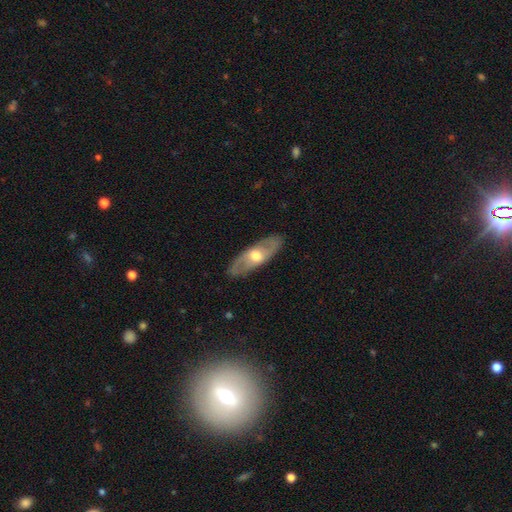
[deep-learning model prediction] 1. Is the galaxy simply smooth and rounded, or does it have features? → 58% featured or disk, 37% smooth, 5% star or artifact.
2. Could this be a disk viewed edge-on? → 72% no, 28% yes.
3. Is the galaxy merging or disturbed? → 86% none, 10% minor disturbance, 3% major disturbance, 1% merger.